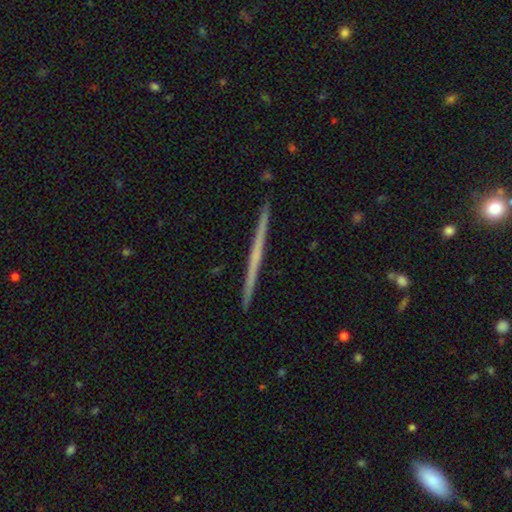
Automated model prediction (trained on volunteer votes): This is likely a featured or disk galaxy (64%). It is clearly viewed edge-on (98%). Edge-on bulge: clearly none (85%). Merging: clearly none (93%).